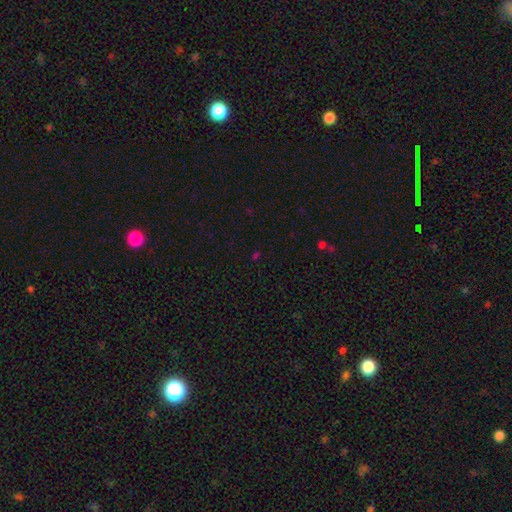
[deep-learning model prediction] The model was most divided on "smooth or featured": star or artifact: 57%, smooth: 36%, featured or disk: 7%.